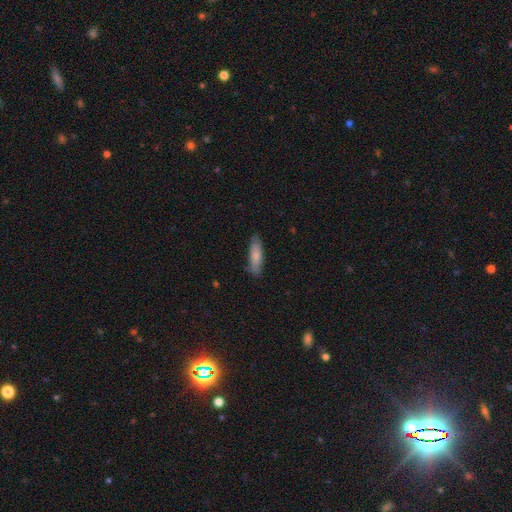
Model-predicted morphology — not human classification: Smooth or featured?
  - smooth: 80% *
  - featured or disk: 15%
  - star or artifact: 6%
How rounded?
  - cigar-shaped: 55% *
  - in between: 43%
  - round: 2%
Merging?
  - none: 82% *
  - minor disturbance: 14%
  - major disturbance: 2%
  - merger: 1%